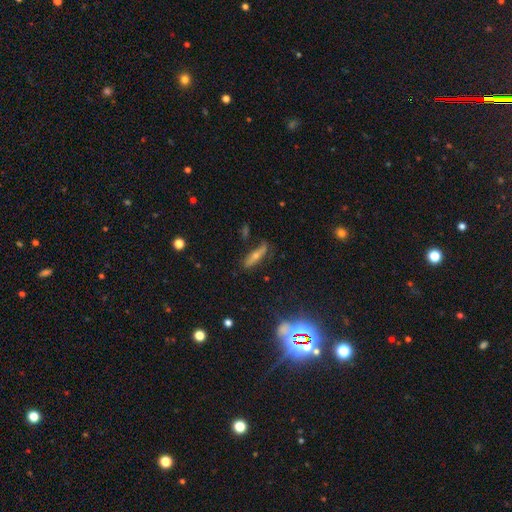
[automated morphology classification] Smooth or featured?
  - smooth: 45% *
  - featured or disk: 44%
  - star or artifact: 11%
Merging?
  - none: 71% *
  - minor disturbance: 20%
  - major disturbance: 6%
  - merger: 3%